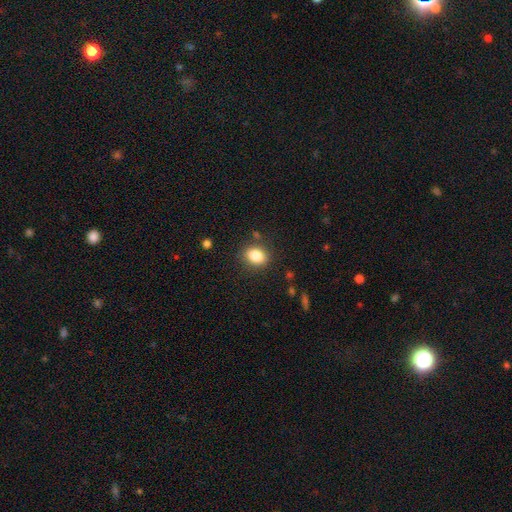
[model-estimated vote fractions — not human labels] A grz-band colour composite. It shows a smooth galaxy with no disk features (84%) that is in between round and cigar-shaped (56%). Merging: none (85%).